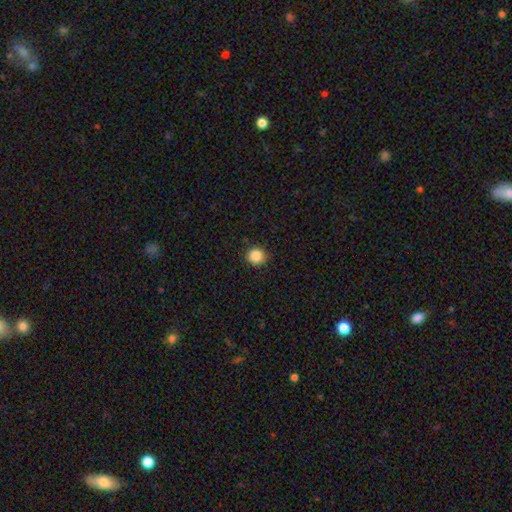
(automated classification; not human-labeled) Smooth or featured? smooth (87%)
How rounded? round (89%)
Merging? none (88%)